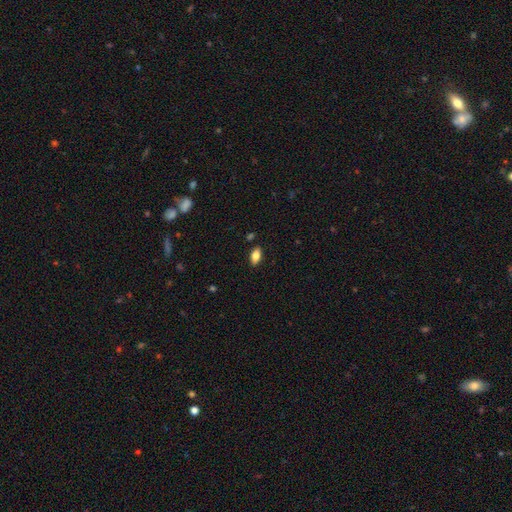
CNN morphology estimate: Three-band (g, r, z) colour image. It shows a smooth galaxy with no disk features (78%) that is in between round and cigar-shaped (89%). Merging: none (87%).